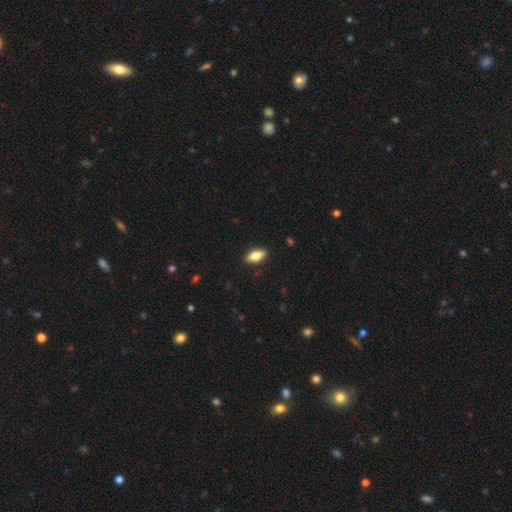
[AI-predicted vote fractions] A smooth galaxy with no disk features (75%) that is in between round and cigar-shaped (82%). Merging: none (88%).